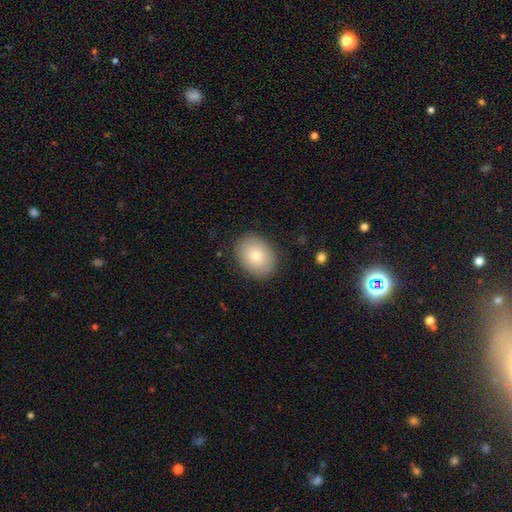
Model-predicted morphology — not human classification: Q: Smooth or featured?
A: smooth (79%); runner-up: featured or disk (13%)
Q: How rounded?
A: in between (60%); runner-up: round (39%)
Q: Merging?
A: none (88%); runner-up: minor disturbance (8%)